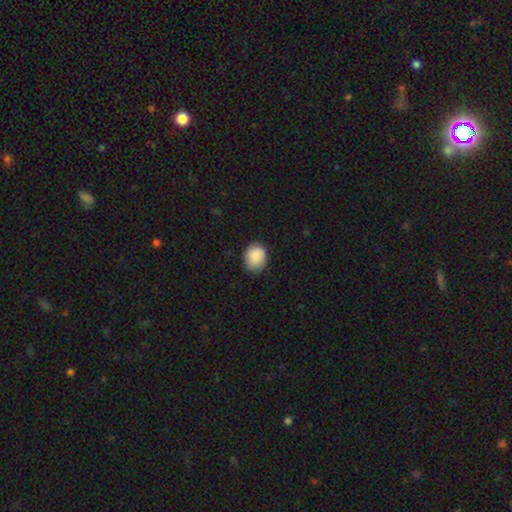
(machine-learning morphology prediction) The model was most divided on "how rounded": round: 58%, in between: 42%, cigar-shaped: 1%. More confident: smooth or featured — smooth (88%); merging — none (79%).